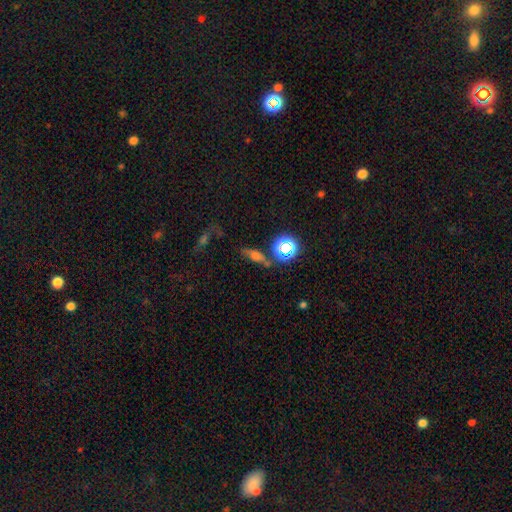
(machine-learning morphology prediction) This appears to be a smooth galaxy with no disk features (40%). Merging: none (68%).